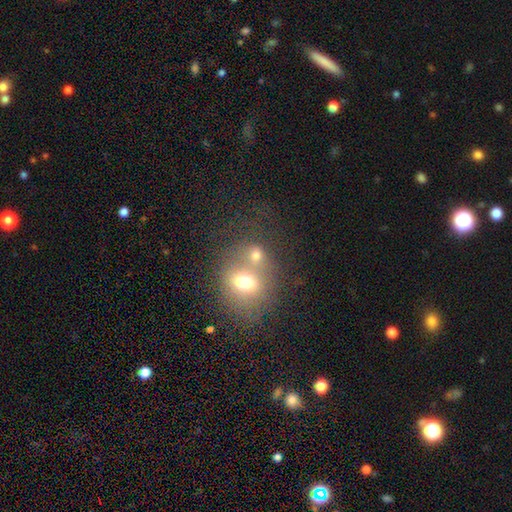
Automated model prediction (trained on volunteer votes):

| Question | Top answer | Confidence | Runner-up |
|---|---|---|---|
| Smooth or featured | smooth | 65% | featured or disk (19%) |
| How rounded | round | 67% | in between (32%) |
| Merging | merger | 55% | none (31%) |